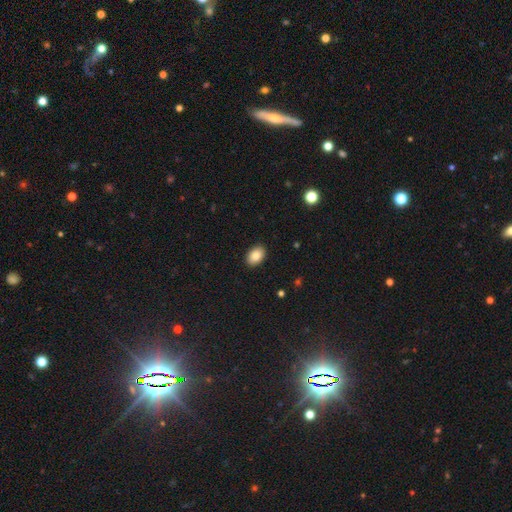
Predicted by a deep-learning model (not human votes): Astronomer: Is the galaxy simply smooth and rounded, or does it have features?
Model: smooth — 86%.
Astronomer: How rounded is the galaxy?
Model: in between — 85%.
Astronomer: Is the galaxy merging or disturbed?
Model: none — 90%.